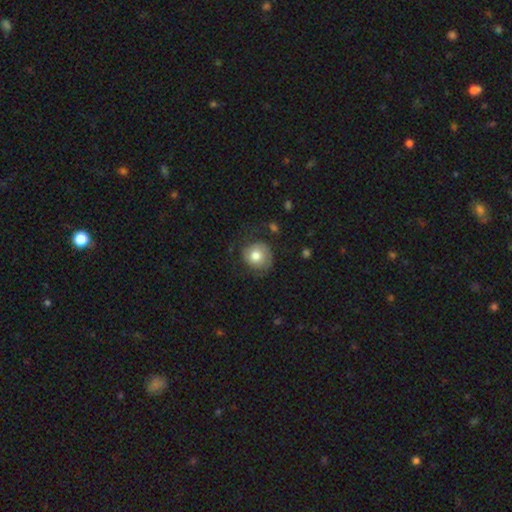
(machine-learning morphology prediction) type=smooth (63%); roundness=round (84%); merging=none (61%).